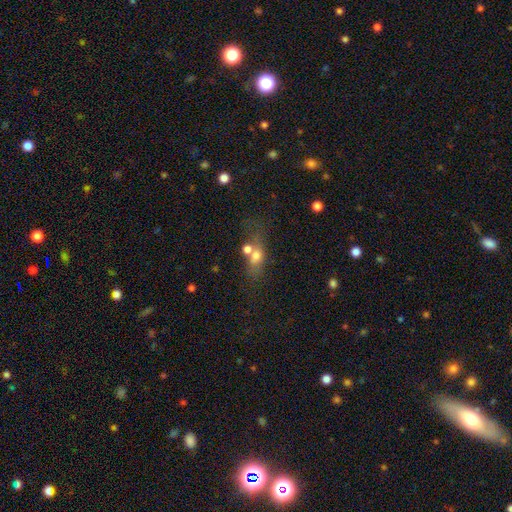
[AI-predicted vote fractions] smooth-or-featured: smooth: 64% | featured or disk: 24% | star or artifact: 12%
  how-rounded: in between: 60% | round: 28% | cigar-shaped: 12%
  merging: merger: 40% | none: 37% | minor disturbance: 13% | major disturbance: 10%